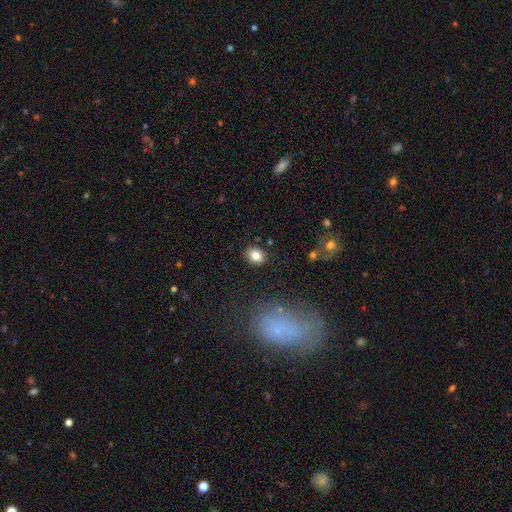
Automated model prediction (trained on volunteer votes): This is clearly a smooth galaxy (82%). How rounded: possibly in between (55%). Merging: clearly none (87%).